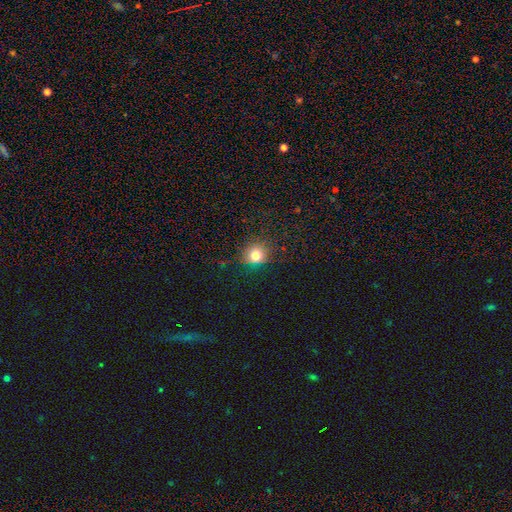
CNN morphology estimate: Q: Smooth or featured?
A: smooth (76%); runner-up: star or artifact (16%)
Q: How rounded?
A: round (84%); runner-up: in between (15%)
Q: Merging?
A: none (84%); runner-up: minor disturbance (11%)